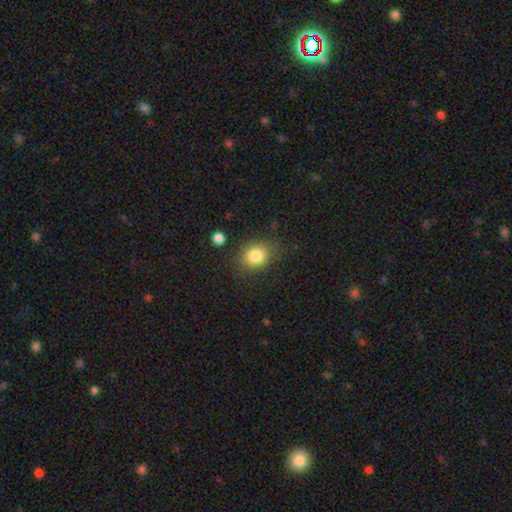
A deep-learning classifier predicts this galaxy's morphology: Q: Smooth or featured?
A: smooth (83%); runner-up: star or artifact (10%)
Q: How rounded?
A: round (64%); runner-up: in between (35%)
Q: Merging?
A: none (77%); runner-up: minor disturbance (14%)